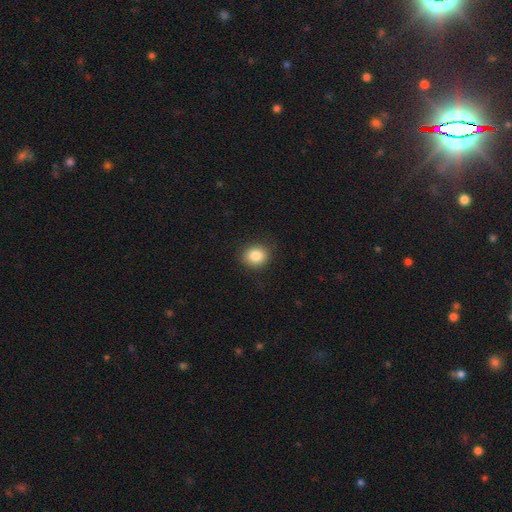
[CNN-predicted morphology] Q: Smooth or featured?
A: smooth (85%); runner-up: star or artifact (9%)
Q: How rounded?
A: round (73%); runner-up: in between (26%)
Q: Merging?
A: none (89%); runner-up: minor disturbance (8%)